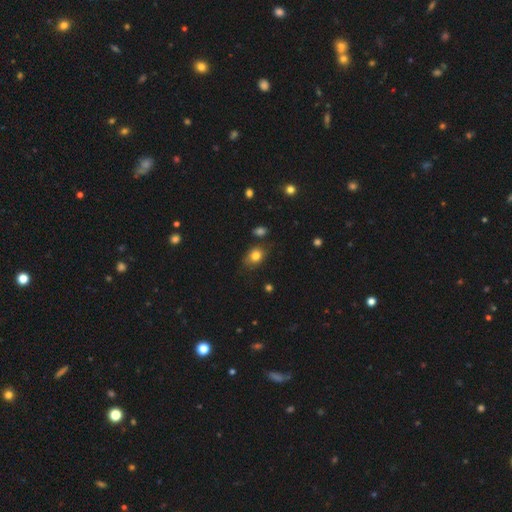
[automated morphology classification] This appears to be a smooth galaxy with no disk features (80%) that is in between round and cigar-shaped (62%). Merging: none (71%).